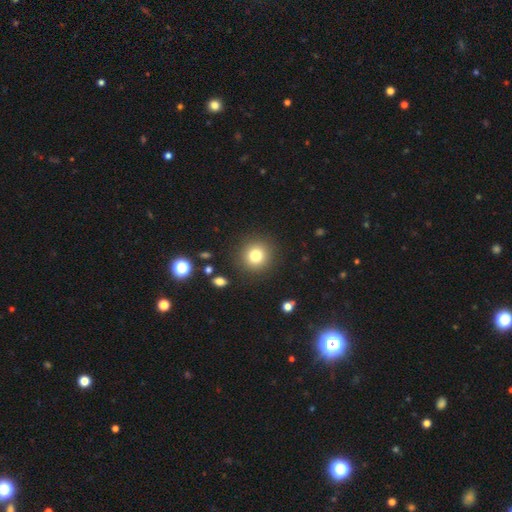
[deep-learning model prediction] Smooth or featured: smooth — 79% (star or artifact — 12%)
How rounded: round — 92% (in between — 7%)
Merging: none — 90% (minor disturbance — 6%)